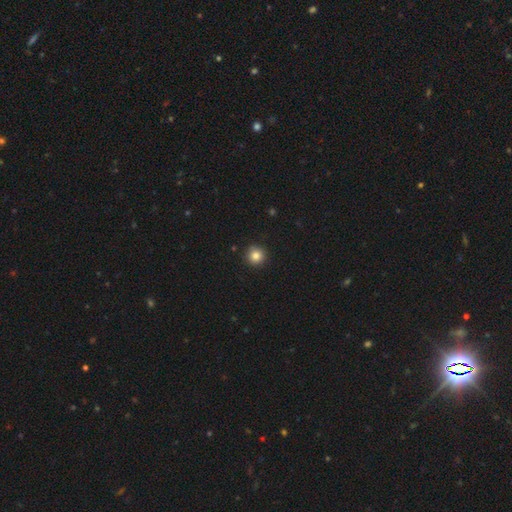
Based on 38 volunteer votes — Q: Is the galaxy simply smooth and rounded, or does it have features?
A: smooth — 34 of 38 (89%).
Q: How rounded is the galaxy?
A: round — 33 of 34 (97%).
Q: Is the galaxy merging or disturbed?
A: none — 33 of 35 (94%).